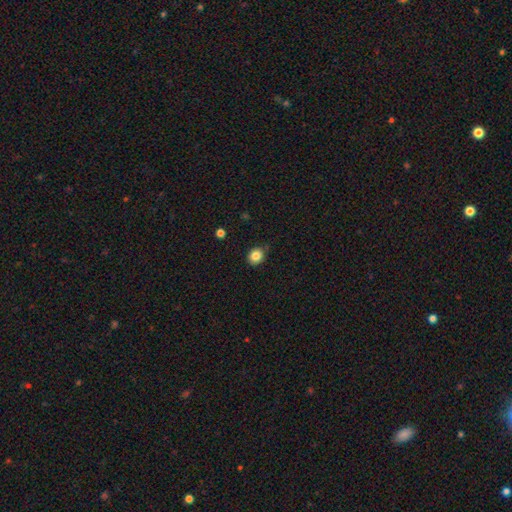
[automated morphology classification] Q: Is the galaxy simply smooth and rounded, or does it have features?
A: smooth — 84%.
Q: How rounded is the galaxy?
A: round — 69%.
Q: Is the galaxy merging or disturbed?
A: none — 81%.